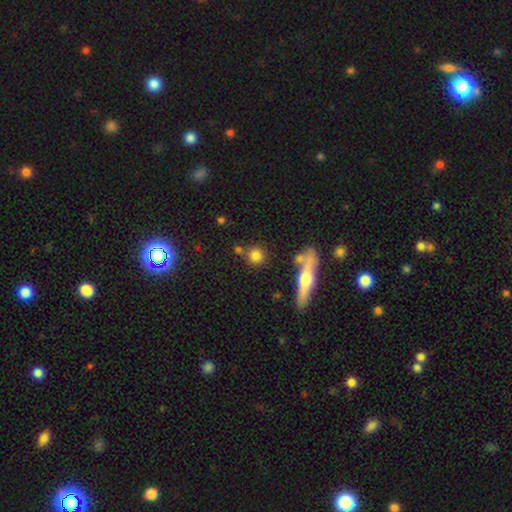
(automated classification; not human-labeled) This is likely a smooth galaxy (77%). How rounded: clearly round (88%). Merging: likely none (76%).